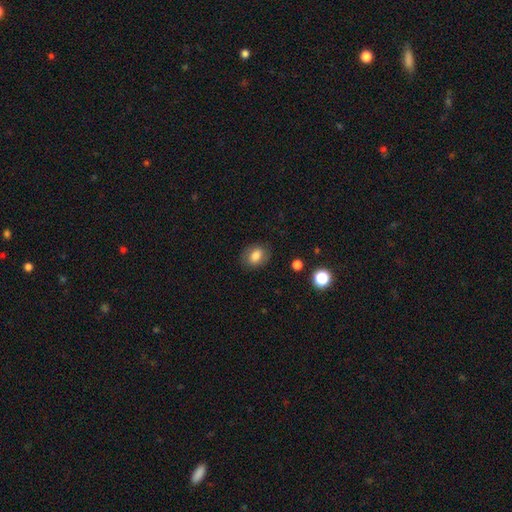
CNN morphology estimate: smooth 82%, featured or disk 9%, star or artifact 9%. Down the decision tree: how rounded — in between (66%); merging — none (83%).